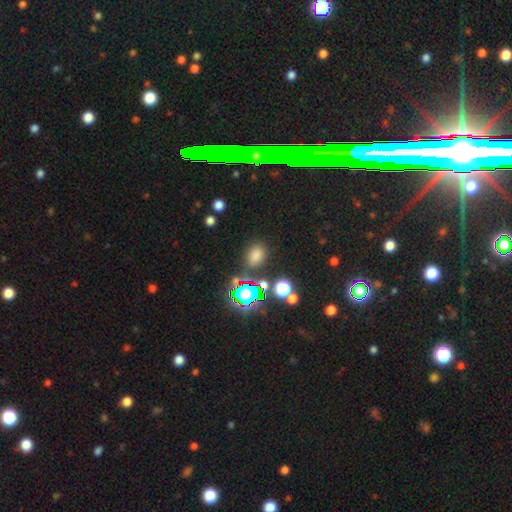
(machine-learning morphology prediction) Smooth or featured: smooth — 69% (star or artifact — 25%)
How rounded: in between — 59% (round — 39%)
Merging: none — 80% (minor disturbance — 11%)